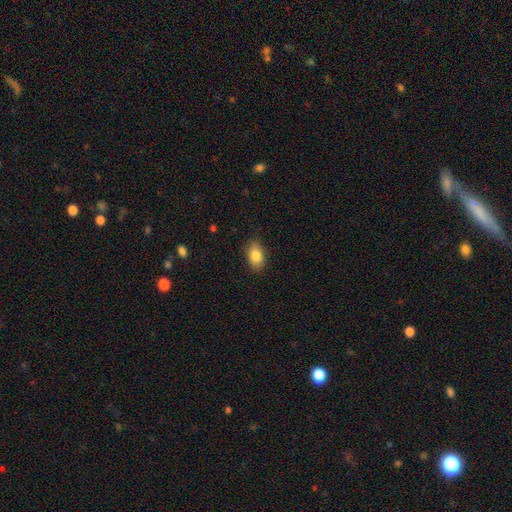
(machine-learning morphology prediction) type=smooth (84%); roundness=in between (88%); merging=none (87%).